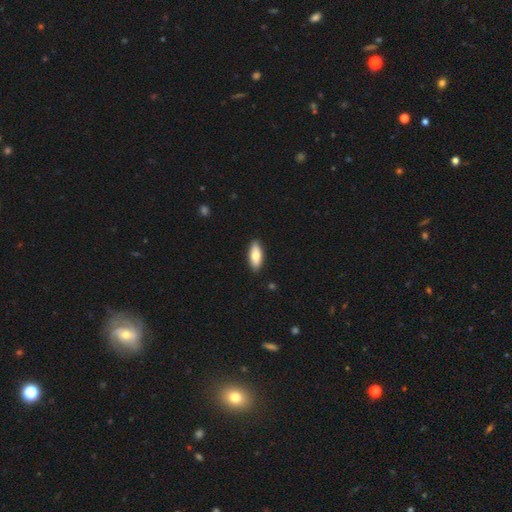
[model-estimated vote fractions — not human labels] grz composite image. It shows a smooth galaxy with no disk features (74%) that is in between round and cigar-shaped (77%). Merging: none (89%).